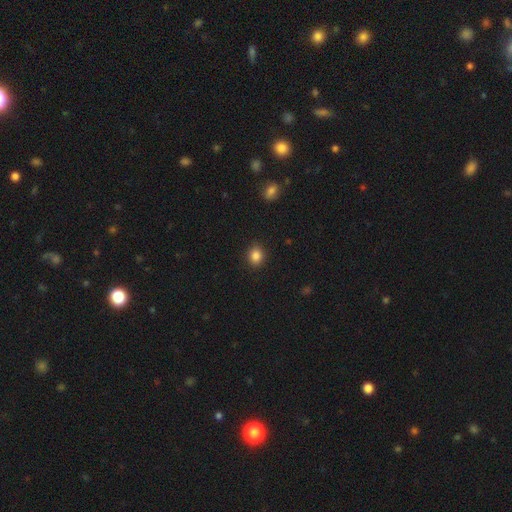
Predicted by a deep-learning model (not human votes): Smooth or featured?
  - smooth: 86% *
  - star or artifact: 10%
  - featured or disk: 4%
How rounded?
  - round: 72% *
  - in between: 27%
  - cigar-shaped: 1%
Merging?
  - none: 90% *
  - minor disturbance: 7%
  - major disturbance: 2%
  - merger: 1%